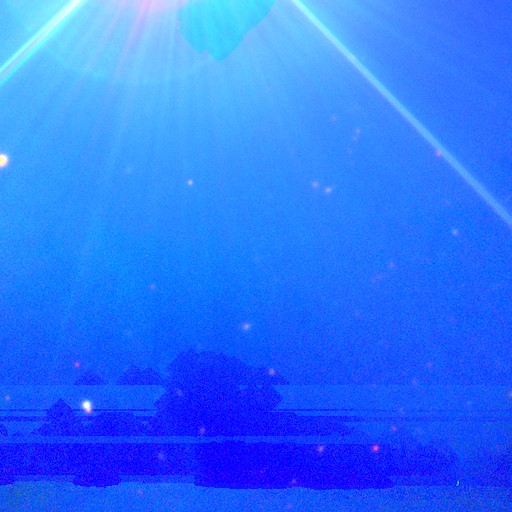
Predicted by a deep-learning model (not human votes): This appears to be a star or artifact, not a galaxy (80%).